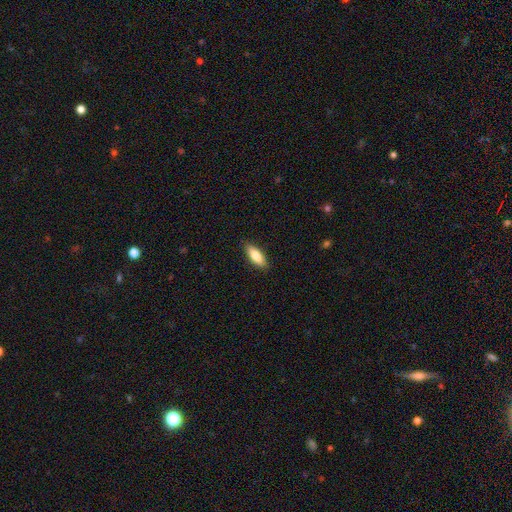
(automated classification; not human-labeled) Morphology: type=smooth (82%); roundness=in between (67%); merging=none (87%).